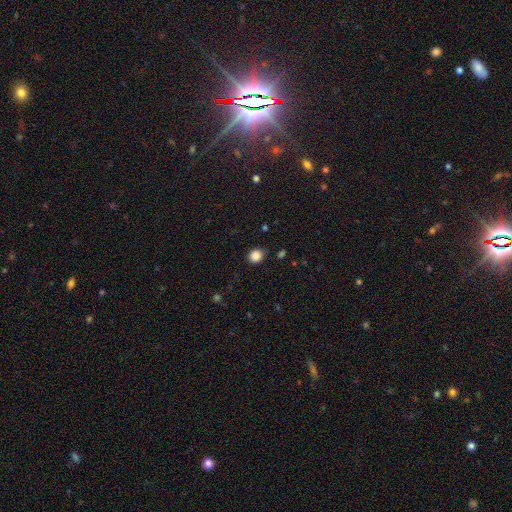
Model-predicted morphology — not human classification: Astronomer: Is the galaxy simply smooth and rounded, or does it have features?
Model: smooth — 86%.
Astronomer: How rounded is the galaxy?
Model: round — 78%.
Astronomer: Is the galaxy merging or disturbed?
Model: none — 87%.